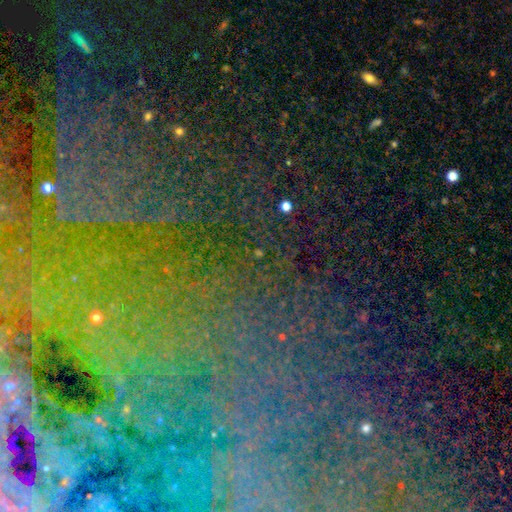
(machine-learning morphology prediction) Overall: star or artifact (64%).